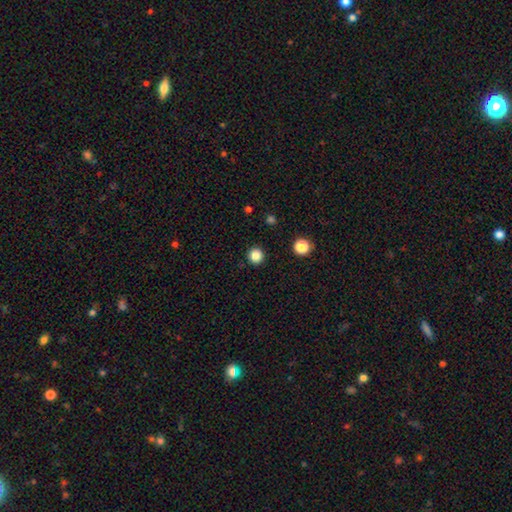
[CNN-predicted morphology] A smooth galaxy with no disk features (85%) that is round (95%).

Vote fractions:
- Smooth or featured? smooth: 85% / star or artifact: 12% / featured or disk: 3%
- How rounded? round: 95% / in between: 4% / cigar-shaped: 1%
- Merging? none: 93% / minor disturbance: 5% / major disturbance: 2% / merger: 1%